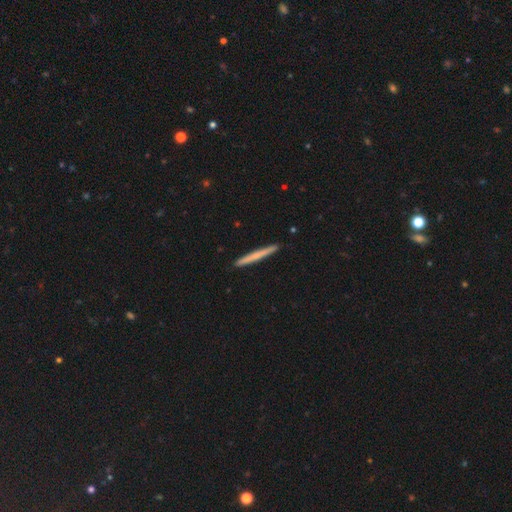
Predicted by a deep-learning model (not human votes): This is possibly a smooth galaxy (60%). How rounded: clearly cigar-shaped (97%). Merging: clearly none (93%).